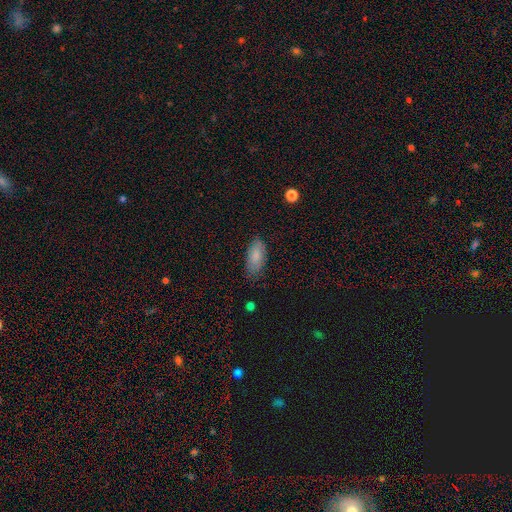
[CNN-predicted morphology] Q: Smooth or featured?
A: smooth (84%); runner-up: featured or disk (9%)
Q: How rounded?
A: in between (90%); runner-up: cigar-shaped (8%)
Q: Merging?
A: none (76%); runner-up: minor disturbance (19%)